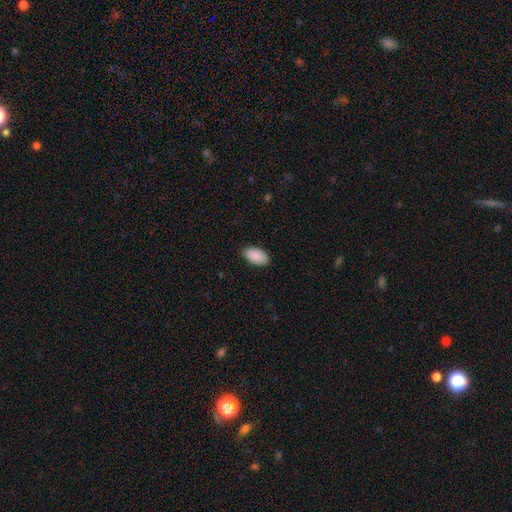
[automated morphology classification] A smooth galaxy with no disk features (91%) that is in between round and cigar-shaped (95%).

Vote fractions:
- Smooth or featured? smooth: 91% / star or artifact: 6% / featured or disk: 3%
- How rounded? in between: 95% / round: 3% / cigar-shaped: 2%
- Merging? none: 87% / minor disturbance: 10% / major disturbance: 2% / merger: 1%